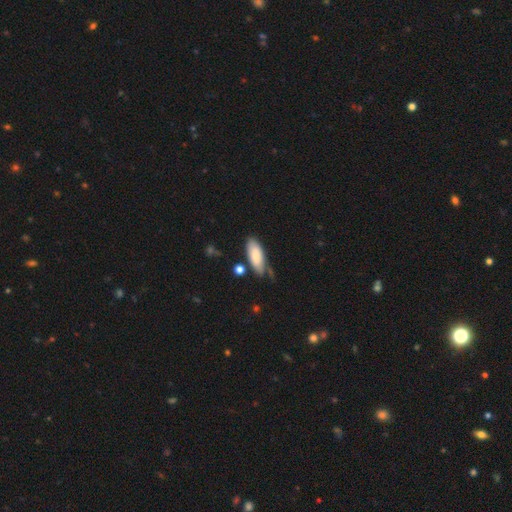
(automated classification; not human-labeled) A smooth galaxy with no disk features (81%) that is in between round and cigar-shaped (79%). Merging: none (57%).